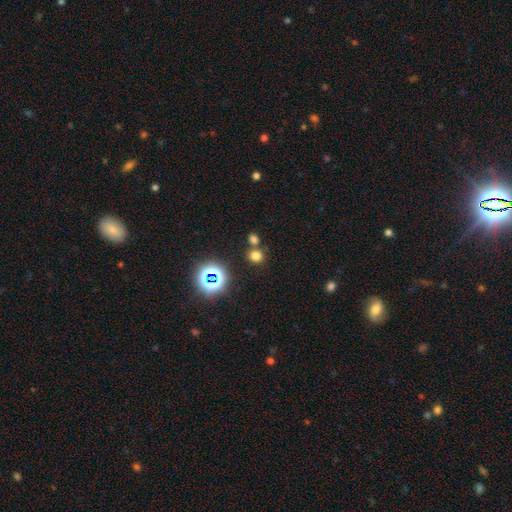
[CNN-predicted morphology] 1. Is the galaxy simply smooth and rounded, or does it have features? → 70% smooth, 24% star or artifact, 6% featured or disk.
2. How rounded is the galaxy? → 78% round, 21% in between, 1% cigar-shaped.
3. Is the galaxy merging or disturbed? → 67% none, 22% merger, 8% minor disturbance, 3% major disturbance.